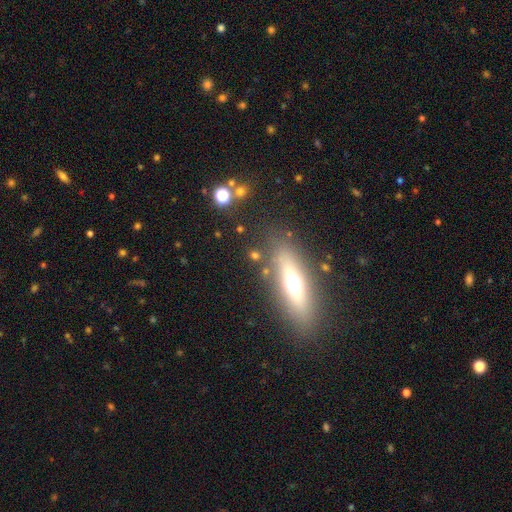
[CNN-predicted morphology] Smooth or featured?
  - smooth: 42% *
  - featured or disk: 40%
  - star or artifact: 18%
Merging?
  - none: 83% *
  - minor disturbance: 9%
  - major disturbance: 5%
  - merger: 4%